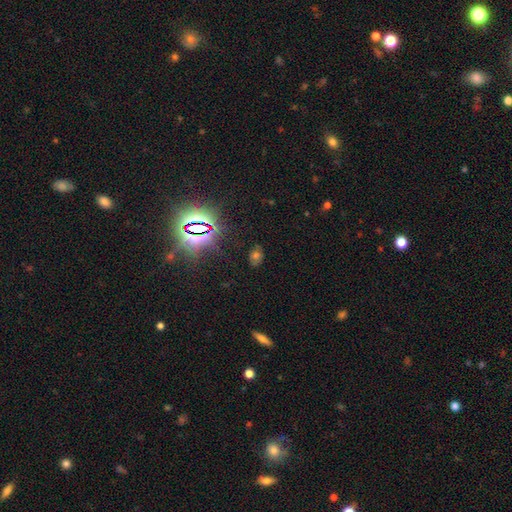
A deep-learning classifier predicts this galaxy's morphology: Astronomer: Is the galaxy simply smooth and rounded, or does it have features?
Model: star or artifact — 48% (runner-up: smooth, 39%).